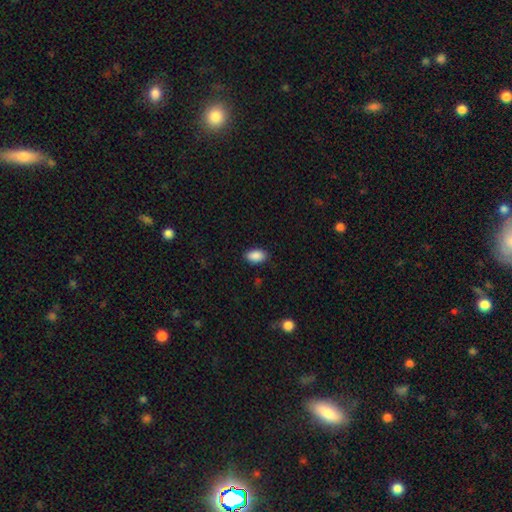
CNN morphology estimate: Smooth or featured? Predicted: smooth (p=0.90). How rounded? Predicted: in between (p=0.91). Merging? Predicted: none (p=0.87).